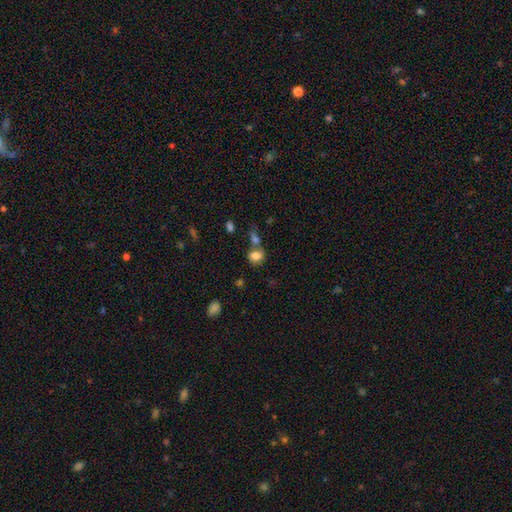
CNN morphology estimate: A smooth galaxy with no disk features (80%) that is in between round and cigar-shaped (51%). Merging: none (48%).